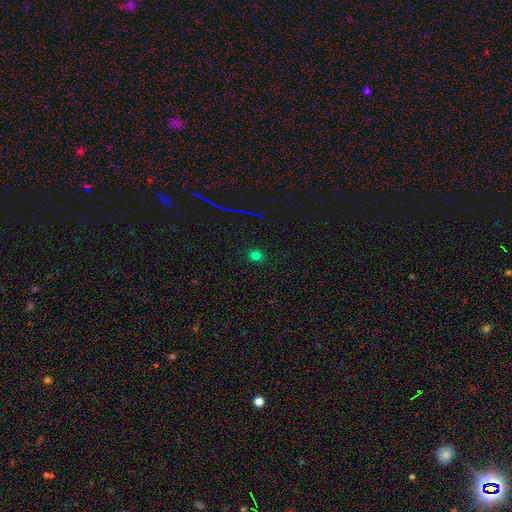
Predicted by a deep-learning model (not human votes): smooth-or-featured: smooth: 75% | star or artifact: 20% | featured or disk: 5%
  how-rounded: round: 73% | in between: 25% | cigar-shaped: 1%
  merging: none: 89% | minor disturbance: 7% | major disturbance: 2% | merger: 1%